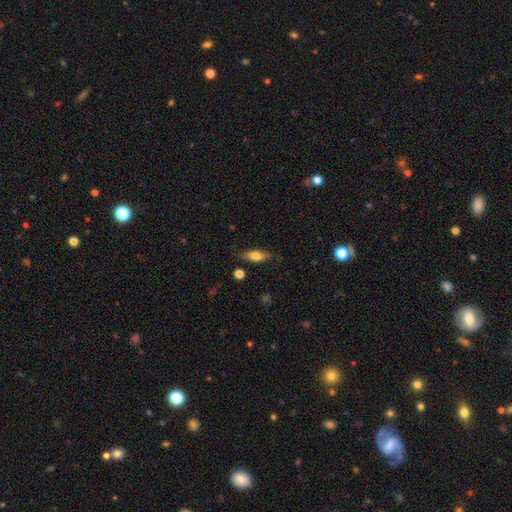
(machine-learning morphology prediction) Q: Smooth or featured?
A: smooth (67%); runner-up: featured or disk (26%)
Q: How rounded?
A: in between (65%); runner-up: cigar-shaped (32%)
Q: Merging?
A: none (78%); runner-up: minor disturbance (16%)